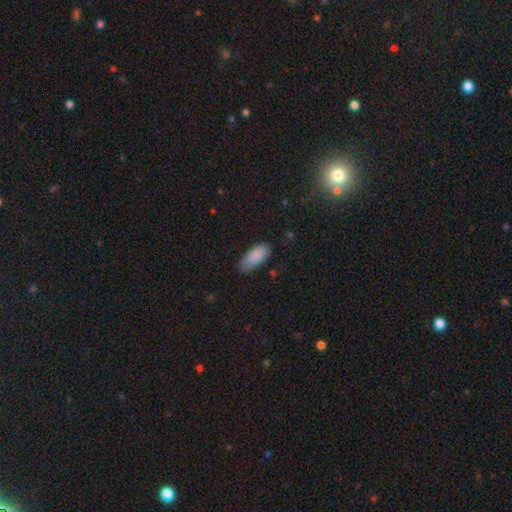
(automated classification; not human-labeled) Morphology: type=smooth (86%); roundness=in between (88%); merging=none (72%).